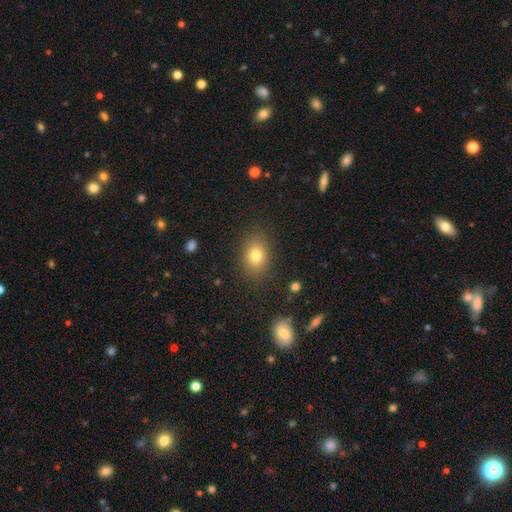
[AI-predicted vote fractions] Morphology: type=smooth (79%); roundness=in between (68%); merging=none (86%).